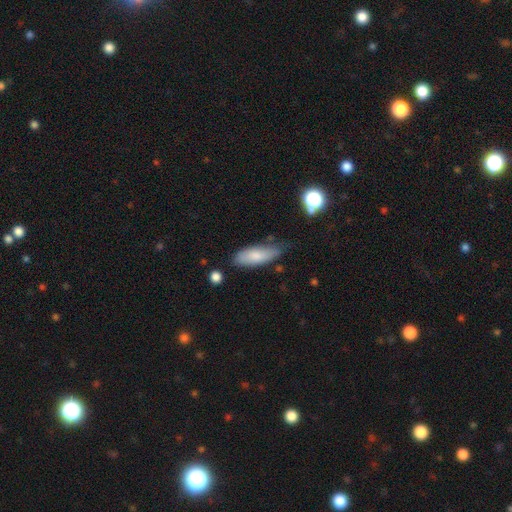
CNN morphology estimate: Smooth or featured?
  - smooth: 78% *
  - featured or disk: 16%
  - star or artifact: 6%
How rounded?
  - in between: 68% *
  - cigar-shaped: 30%
  - round: 2%
Merging?
  - none: 62% *
  - minor disturbance: 29%
  - major disturbance: 5%
  - merger: 4%